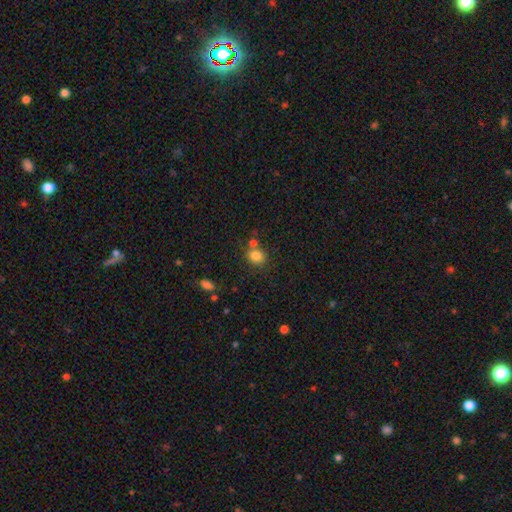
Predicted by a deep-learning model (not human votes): Smooth or featured? Predicted: smooth (p=0.82). How rounded? Predicted: round (p=0.72). Merging? Predicted: none (p=0.66).